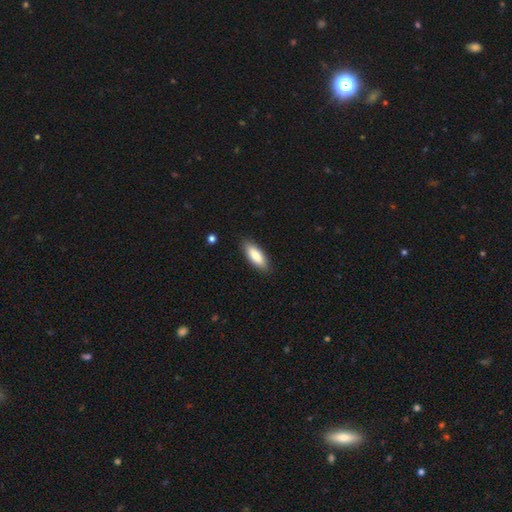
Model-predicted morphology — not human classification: A smooth galaxy with no disk features (85%) that is in between round and cigar-shaped (70%). Merging: none (87%).